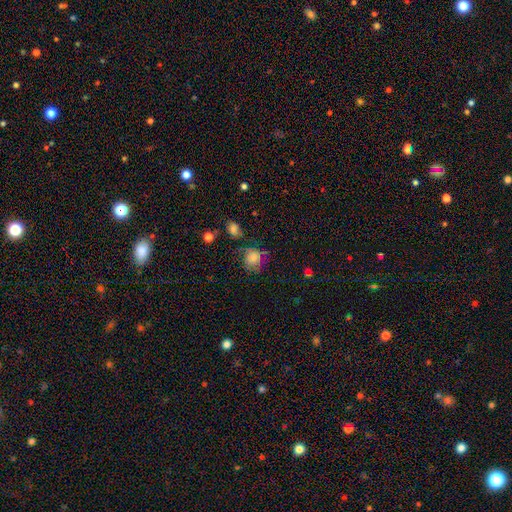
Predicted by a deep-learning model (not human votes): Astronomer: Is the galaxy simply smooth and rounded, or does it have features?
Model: smooth — 46% (runner-up: star or artifact, 30%).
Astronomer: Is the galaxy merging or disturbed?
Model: none — 70%.